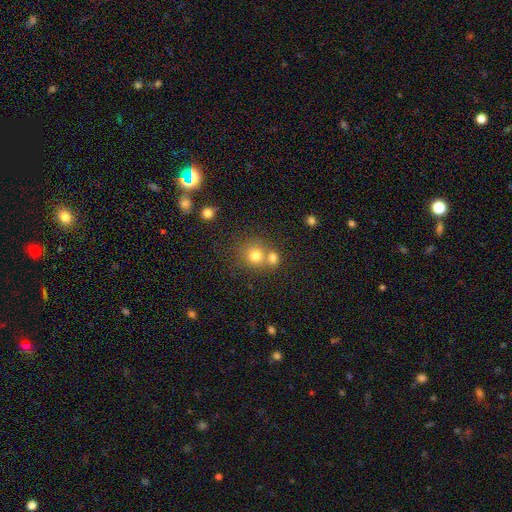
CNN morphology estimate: Q: Smooth or featured?
A: smooth (76%); runner-up: star or artifact (13%)
Q: How rounded?
A: round (86%); runner-up: in between (13%)
Q: Merging?
A: none (49%); runner-up: merger (41%)